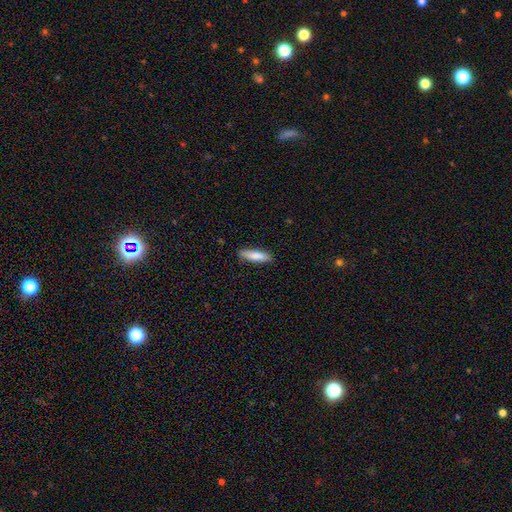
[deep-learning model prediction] This is clearly a smooth galaxy (83%). How rounded: likely cigar-shaped (68%). Merging: clearly none (88%).